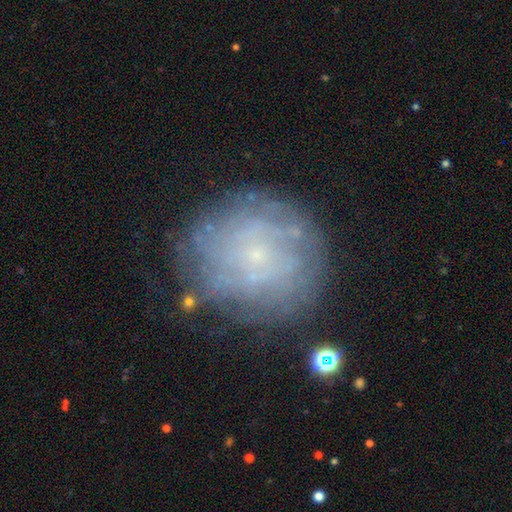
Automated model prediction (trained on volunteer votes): Morphology: type=featured or disk (61%); edge-on=no (97%); bar=no (84%); spiral arms=yes (64%); bulge=small (85%); merging=none (75%).